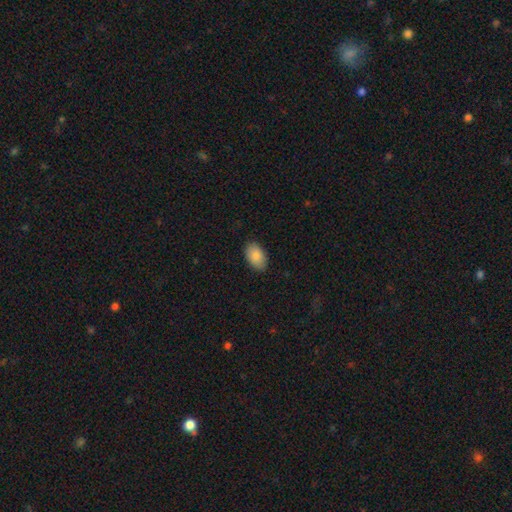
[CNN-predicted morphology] The model was most divided on "merging": none: 86%, minor disturbance: 11%, major disturbance: 2%, merger: 1%. More confident: how rounded — in between (94%); smooth or featured — smooth (88%).